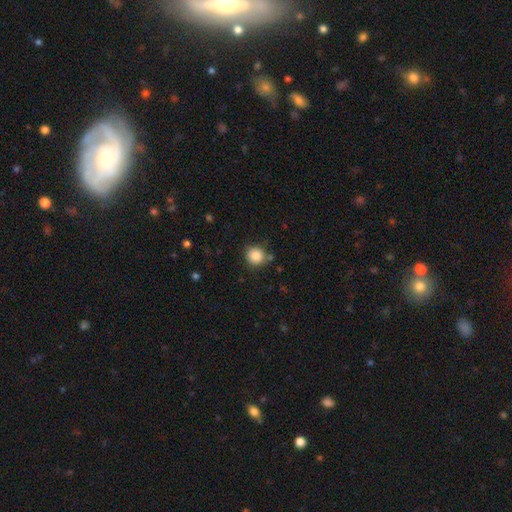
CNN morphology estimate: smooth-or-featured: smooth: 86% | star or artifact: 10% | featured or disk: 4%
  how-rounded: round: 90% | in between: 9% | cigar-shaped: 1%
  merging: none: 80% | minor disturbance: 12% | merger: 4% | major disturbance: 3%